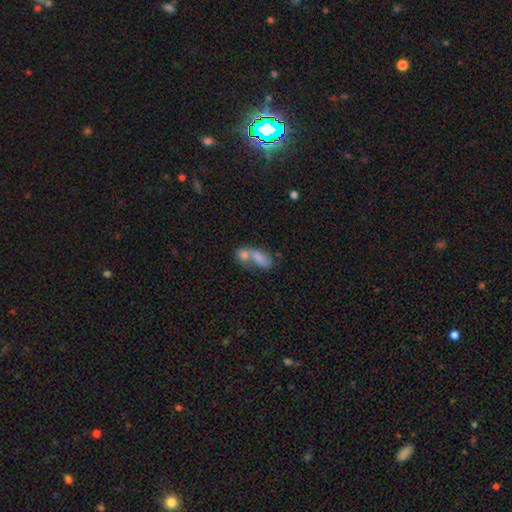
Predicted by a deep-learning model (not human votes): This appears to be a smooth galaxy with no disk features (67%) that is in between round and cigar-shaped (76%). Merging: merger (62%).